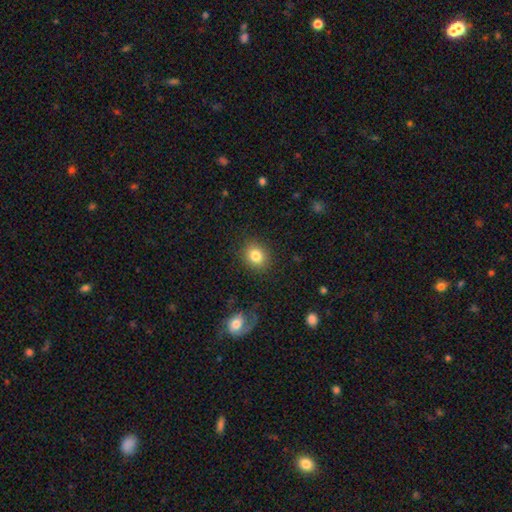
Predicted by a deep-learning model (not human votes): Smooth or featured: smooth — 83% (star or artifact — 10%)
How rounded: round — 68% (in between — 31%)
Merging: none — 88% (minor disturbance — 8%)